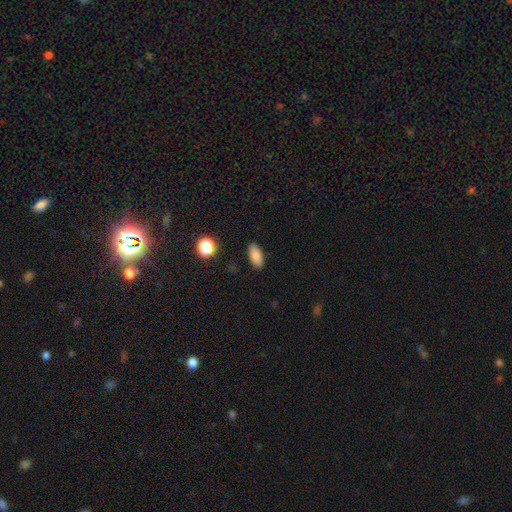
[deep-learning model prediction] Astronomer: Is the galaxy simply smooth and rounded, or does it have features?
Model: smooth — 86%.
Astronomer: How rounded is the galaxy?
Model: in between — 87%.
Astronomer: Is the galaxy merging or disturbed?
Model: none — 89%.